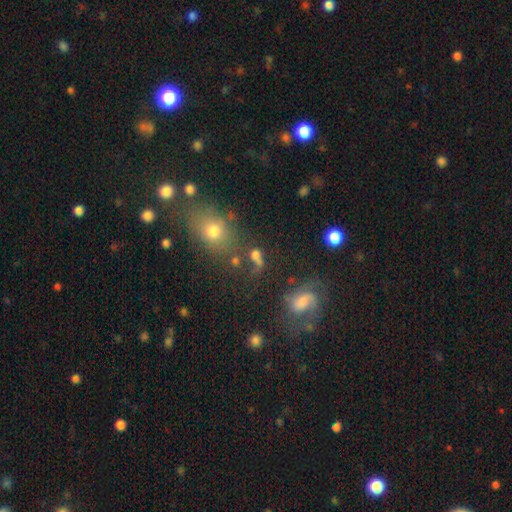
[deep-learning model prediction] This is likely a smooth galaxy (64%). How rounded: possibly round (59%). Merging: possibly none (48%).